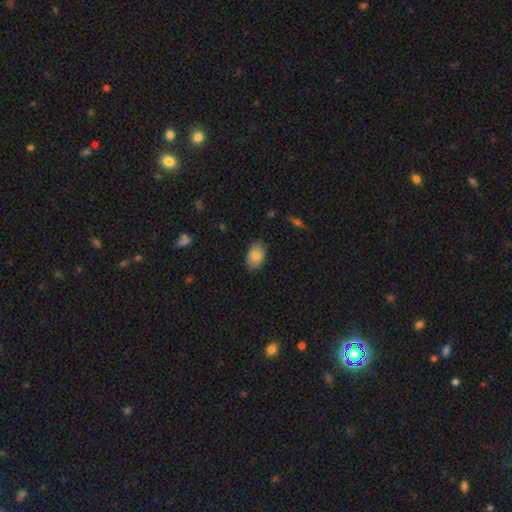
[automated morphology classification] smooth_or_featured: smooth (p=0.85) [alt: featured or disk p=0.08]
how_rounded: in between (p=0.89) [alt: round p=0.10]
merging: none (p=0.85) [alt: minor disturbance p=0.11]